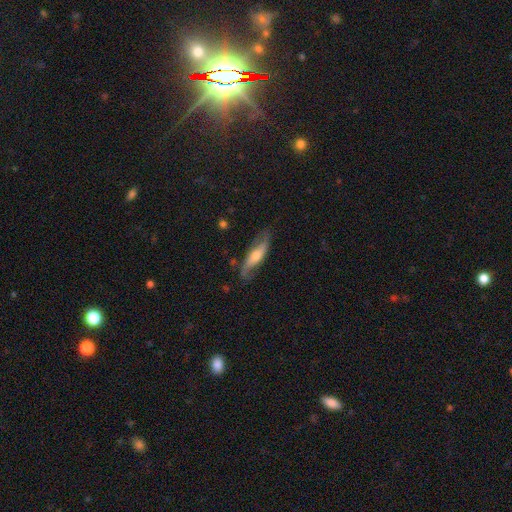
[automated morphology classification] type=featured or disk (57%); edge-on=no (59%); merging=none (71%).